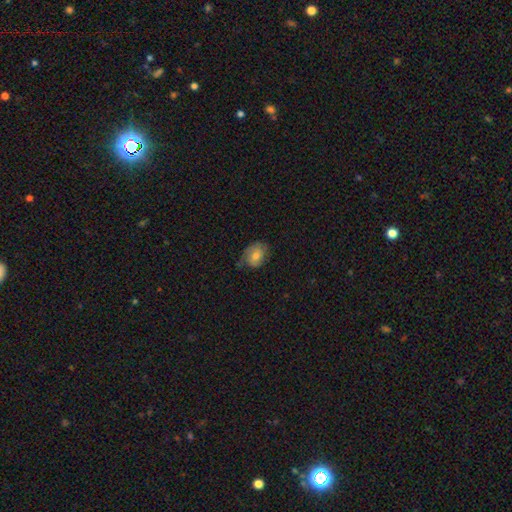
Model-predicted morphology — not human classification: Overall: smooth (55%; featured or disk 36%). How rounded: in between (67%; round 32%). Merging: none (56%; minor disturbance 31%).